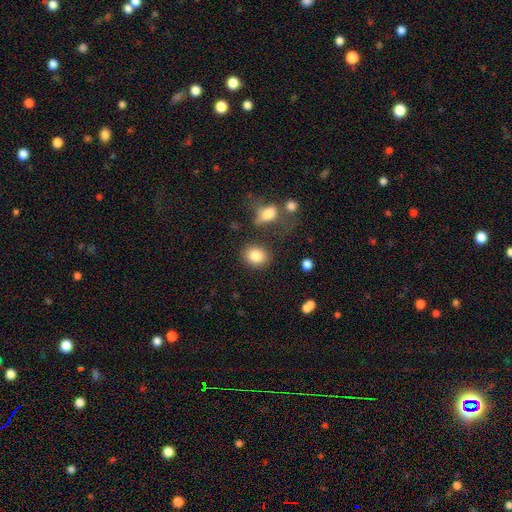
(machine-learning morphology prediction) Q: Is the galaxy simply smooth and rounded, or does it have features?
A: smooth — 84%.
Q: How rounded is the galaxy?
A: round — 55%.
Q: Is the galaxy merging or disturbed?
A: none — 79%.